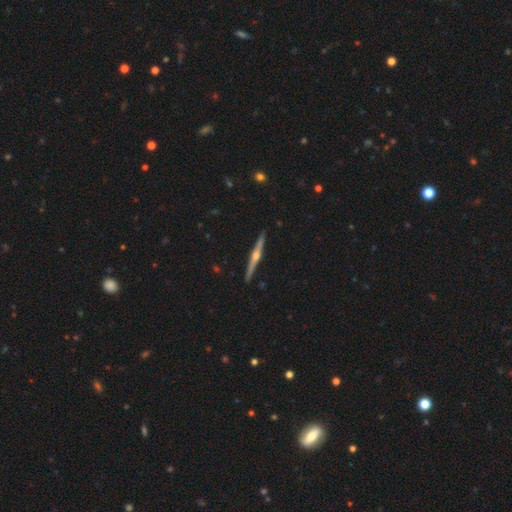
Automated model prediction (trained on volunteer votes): smooth-or-featured: featured or disk: 82% | smooth: 14% | star or artifact: 5%
  disk-edge-on: yes: 99% | no: 1%
    edge-on-bulge: rounded: 93% | none: 4% | boxy: 3%
  merging: none: 92% | minor disturbance: 5% | major disturbance: 1% | merger: 1%